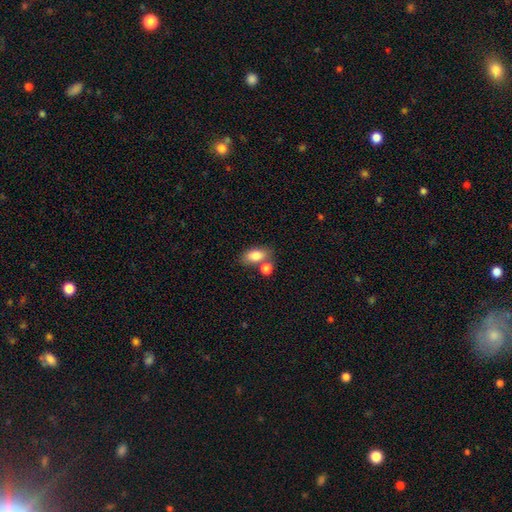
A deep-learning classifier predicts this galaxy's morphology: Smooth or featured: smooth — 81% (featured or disk — 11%)
How rounded: in between — 87% (round — 9%)
Merging: none — 57% (merger — 26%)